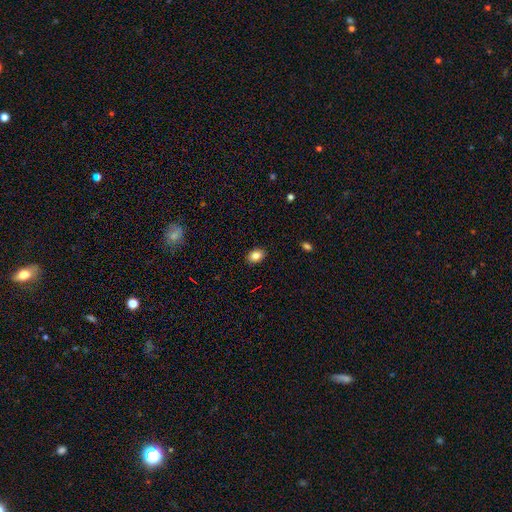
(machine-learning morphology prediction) Overall: smooth (85%). How rounded: in between (77%). Merging: none (89%).